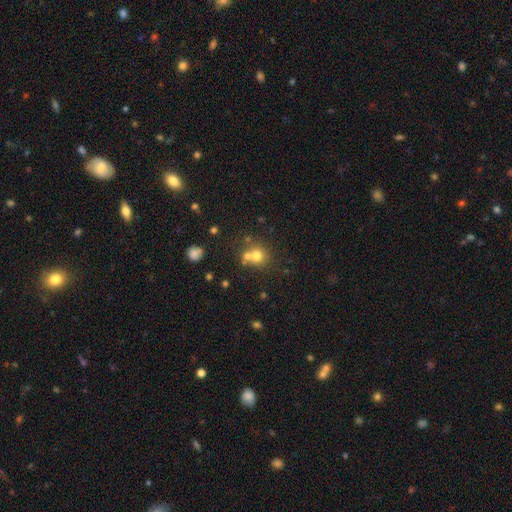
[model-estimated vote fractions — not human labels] Smooth or featured? Predicted: smooth (p=0.71). How rounded? Predicted: round (p=0.84). Merging? Predicted: none (p=0.49).